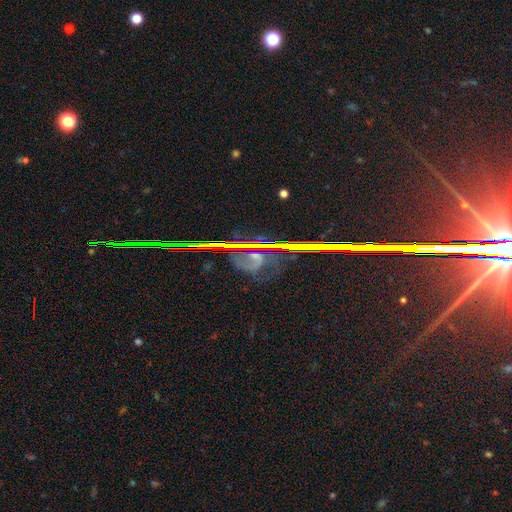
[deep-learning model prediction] smooth_or_featured: star or artifact (p=0.65) [alt: featured or disk p=0.22]